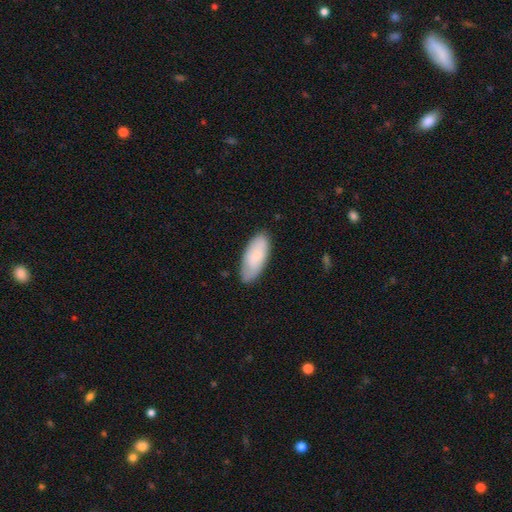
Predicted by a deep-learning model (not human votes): Smooth or featured? Predicted: smooth (p=0.75). How rounded? Predicted: in between (p=0.87). Merging? Predicted: none (p=0.77).